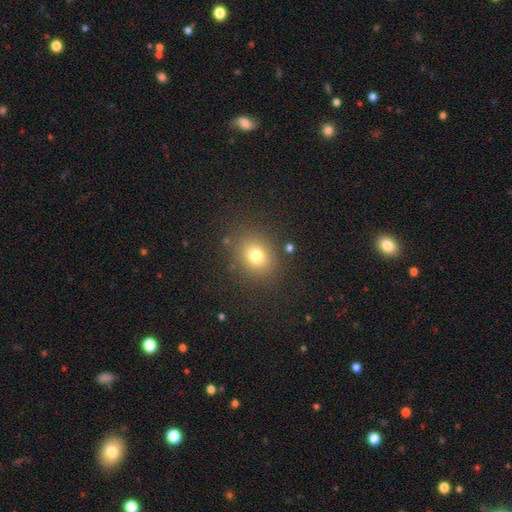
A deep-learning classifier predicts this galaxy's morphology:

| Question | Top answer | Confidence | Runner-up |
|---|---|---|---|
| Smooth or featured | smooth | 76% | star or artifact (15%) |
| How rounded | round | 60% | in between (39%) |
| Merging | none | 85% | minor disturbance (9%) |